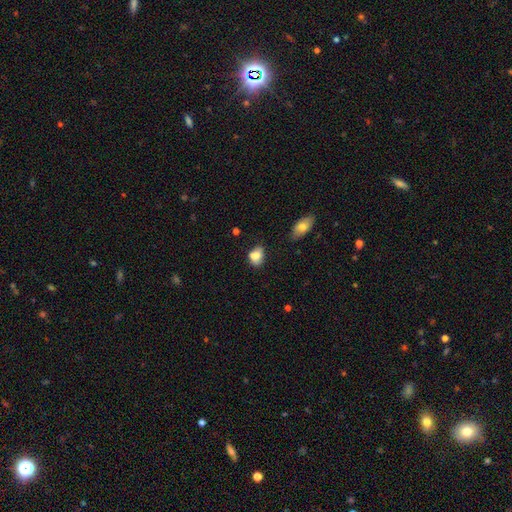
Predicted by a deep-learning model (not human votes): The model was most divided on "merging": none: 49%, minor disturbance: 29%, merger: 14%, major disturbance: 8%. More confident: smooth or featured — smooth (79%); how rounded — in between (66%).